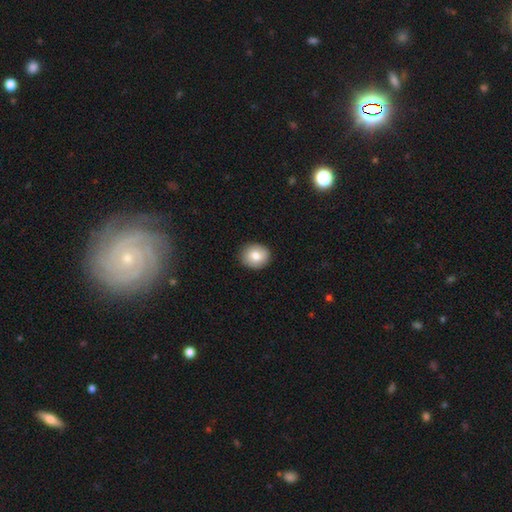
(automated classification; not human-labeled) This is clearly a smooth galaxy (80%). How rounded: likely round (76%). Merging: clearly none (89%).